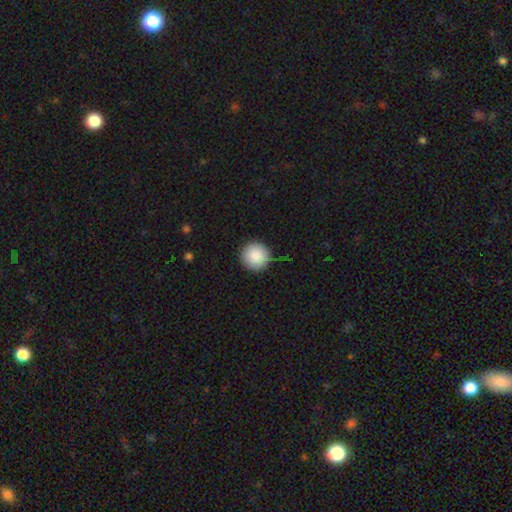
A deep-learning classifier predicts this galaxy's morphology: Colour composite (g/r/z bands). It shows a smooth galaxy with no disk features (89%) that is round (96%). Merging: none (86%).